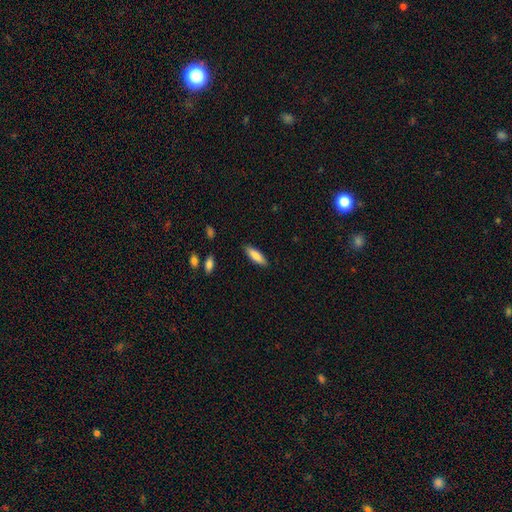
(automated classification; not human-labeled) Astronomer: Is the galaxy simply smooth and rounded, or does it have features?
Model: smooth — 83%.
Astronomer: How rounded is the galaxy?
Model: cigar-shaped — 57% (runner-up: in between, 42%).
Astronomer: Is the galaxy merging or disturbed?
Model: none — 87%.